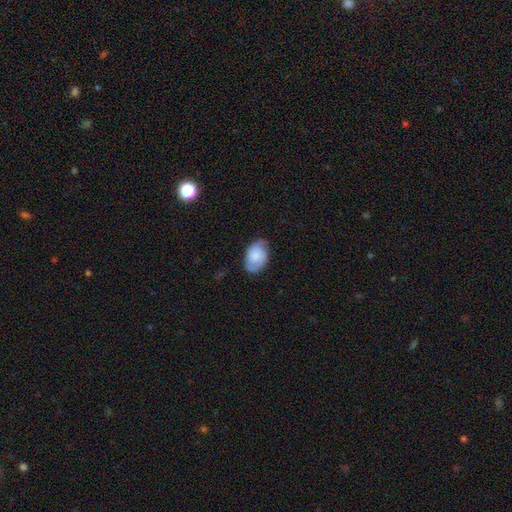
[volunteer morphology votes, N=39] Smooth or featured: featured or disk — 59% (smooth — 36%)
Edge-on disk: no — 96% (yes — 4%)
Bar: no — 77% (weak — 23%)
Spiral arms: yes — 100%
Spiral winding: tight — 45% (medium — 36%)
Spiral arm count: 2 — 95% (can't tell — 5%)
Bulge size: none — 32% (moderate — 23%)
Merging: none — 78% (minor disturbance — 16%)